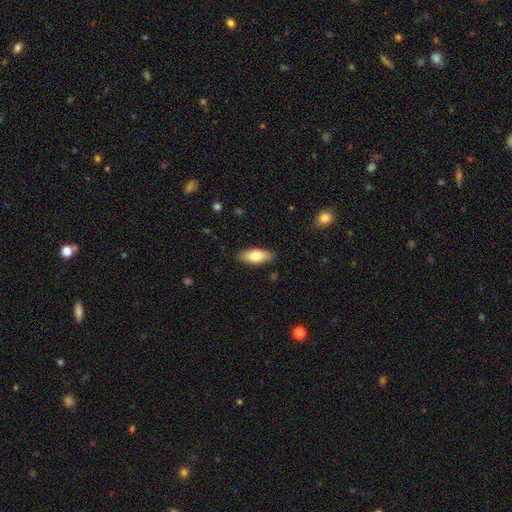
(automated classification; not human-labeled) Smooth or featured: smooth — 78% (featured or disk — 16%)
How rounded: in between — 77% (cigar-shaped — 21%)
Merging: none — 87% (minor disturbance — 10%)